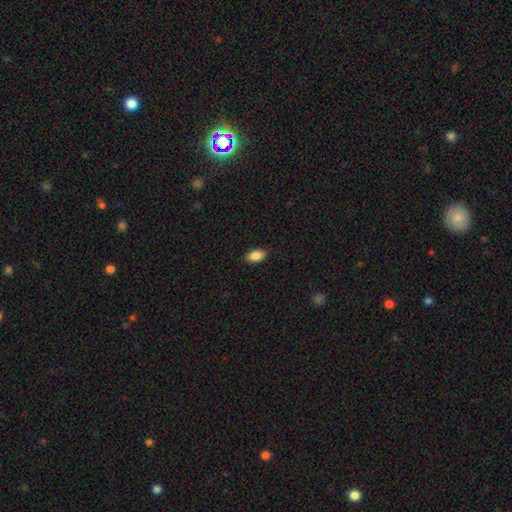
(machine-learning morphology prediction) Smooth or featured? smooth (87%)
How rounded? in between (91%)
Merging? none (87%)